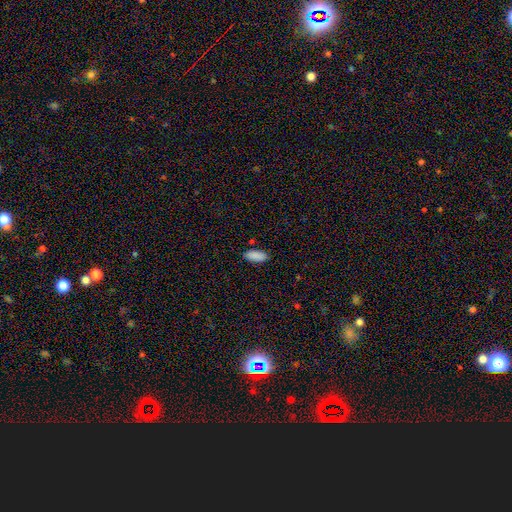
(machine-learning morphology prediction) smooth_or_featured: smooth (p=0.89) [alt: star or artifact p=0.07]
how_rounded: in between (p=0.86) [alt: cigar-shaped p=0.12]
merging: none (p=0.87) [alt: minor disturbance p=0.10]